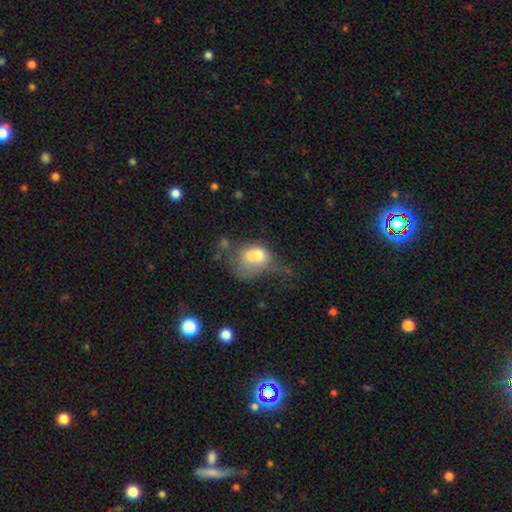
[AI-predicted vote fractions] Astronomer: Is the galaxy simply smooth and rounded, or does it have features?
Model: smooth — 64%.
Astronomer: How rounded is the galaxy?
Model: in between — 59% (runner-up: round, 39%).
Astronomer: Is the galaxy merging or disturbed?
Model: merger — 39% (runner-up: major disturbance, 29%).